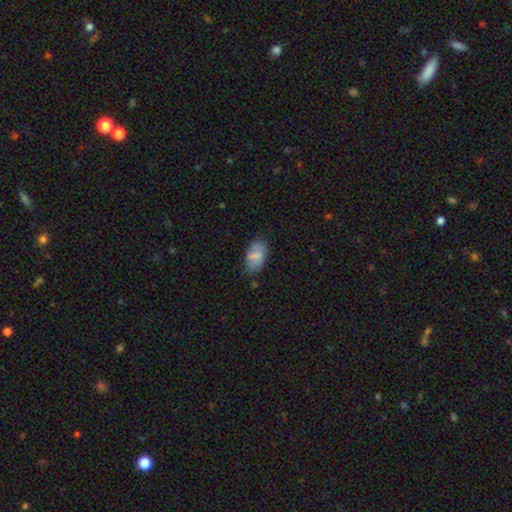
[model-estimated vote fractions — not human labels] Morphology: type=smooth (77%); roundness=in between (92%); merging=none (71%).